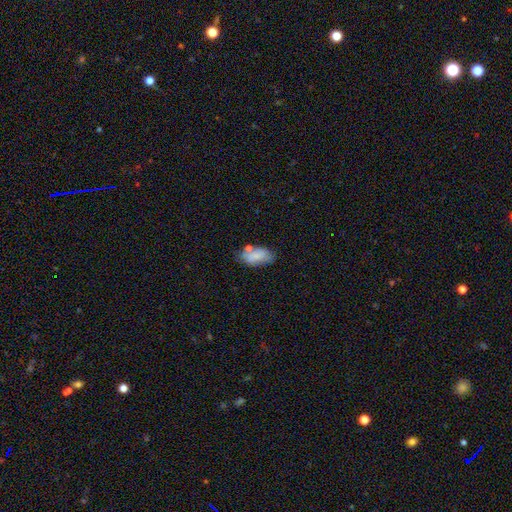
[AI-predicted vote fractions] Smooth or featured: smooth — 74% (featured or disk — 18%)
How rounded: in between — 93% (round — 4%)
Merging: none — 55% (minor disturbance — 23%)